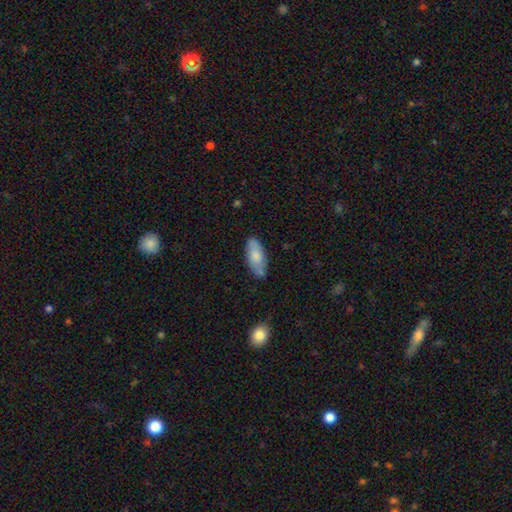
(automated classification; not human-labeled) This is likely a smooth galaxy (72%). How rounded: clearly in between (81%). Merging: likely none (70%).